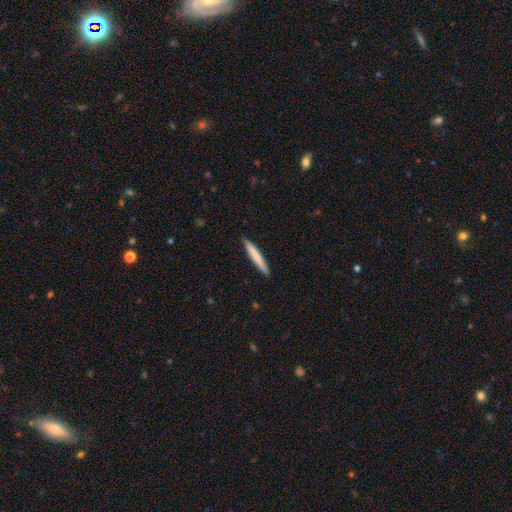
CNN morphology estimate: This is likely a smooth galaxy (72%). How rounded: clearly cigar-shaped (96%). Merging: clearly none (91%).